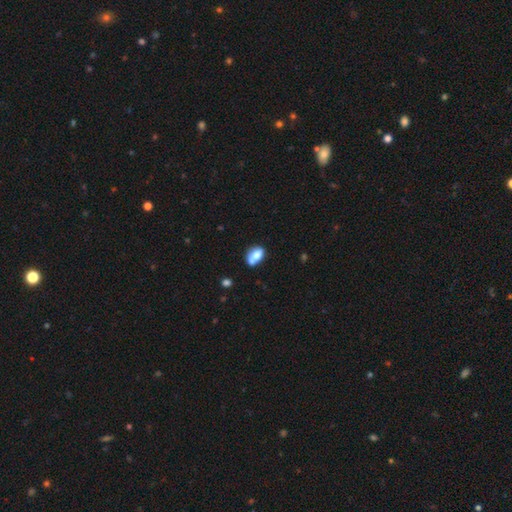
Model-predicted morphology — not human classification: smooth 73%, featured or disk 18%, star or artifact 9%. Down the decision tree: how rounded — in between (79%); merging — merger (38%).